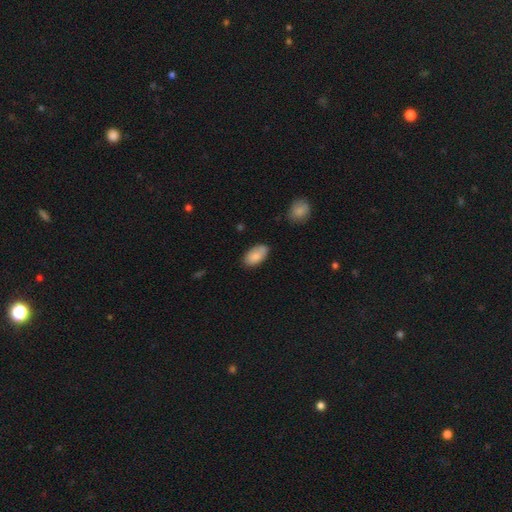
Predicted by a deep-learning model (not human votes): Smooth or featured? Predicted: smooth (p=0.83). How rounded? Predicted: in between (p=0.94). Merging? Predicted: none (p=0.72).